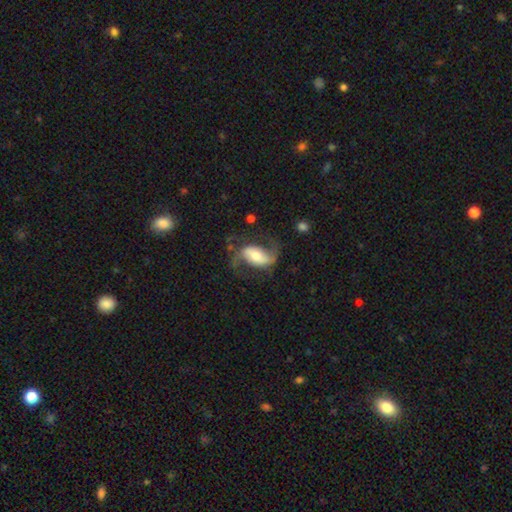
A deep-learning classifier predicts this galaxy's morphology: This appears to be a featured or disk galaxy (76%) with a weak bar (36%), 2 (87%) loose (54%) spiral arms (92%) and a moderate central bulge (52%). Merging: none (61%).